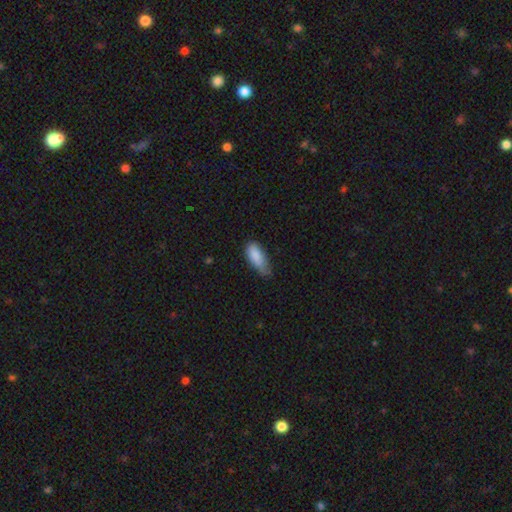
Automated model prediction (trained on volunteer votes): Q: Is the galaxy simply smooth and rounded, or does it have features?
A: smooth — 85%.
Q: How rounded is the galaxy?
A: in between — 82%.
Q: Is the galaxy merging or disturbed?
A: minor disturbance — 48%.